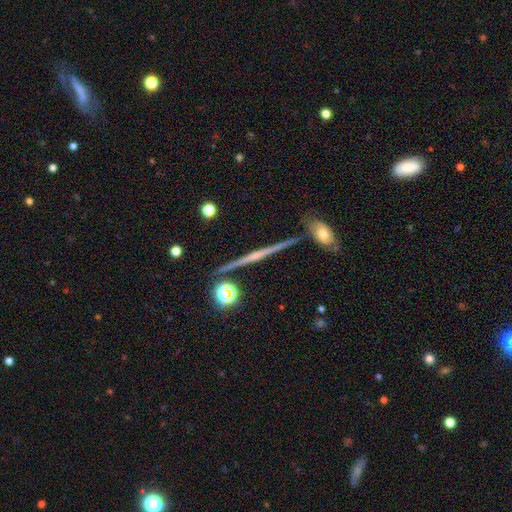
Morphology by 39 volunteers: Smooth or featured? 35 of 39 (90%) said featured or disk. Edge-on disk? 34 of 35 (97%) said yes. Edge-on bulge? 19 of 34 (56%) said rounded. Merging? 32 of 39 (82%) said none.